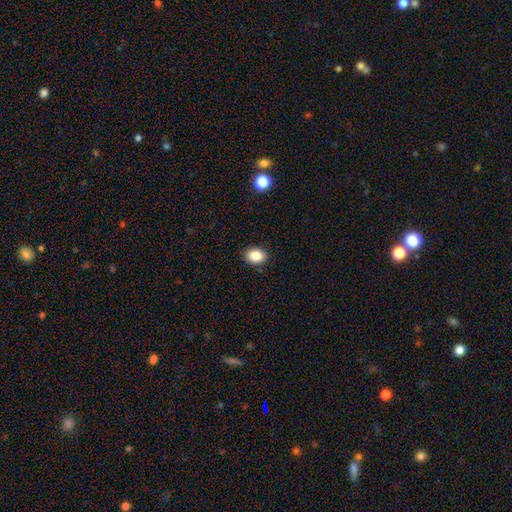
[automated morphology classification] smooth 86%, star or artifact 9%, featured or disk 5%. Down the decision tree: how rounded — in between (65%); merging — none (89%).